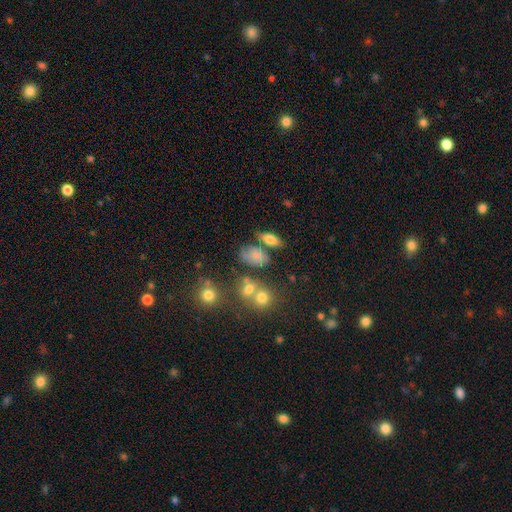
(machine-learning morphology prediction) The model was most divided on "merging": none: 53%, minor disturbance: 21%, merger: 17%, major disturbance: 9%. More confident: how rounded — in between (81%); smooth or featured — smooth (69%).